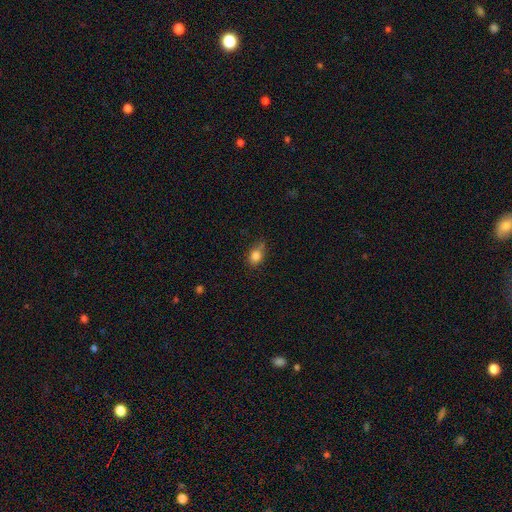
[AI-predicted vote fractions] Smooth or featured?
  - smooth: 83% *
  - star or artifact: 10%
  - featured or disk: 8%
How rounded?
  - in between: 62% *
  - round: 36%
  - cigar-shaped: 3%
Merging?
  - none: 50% *
  - minor disturbance: 38%
  - major disturbance: 9%
  - merger: 3%